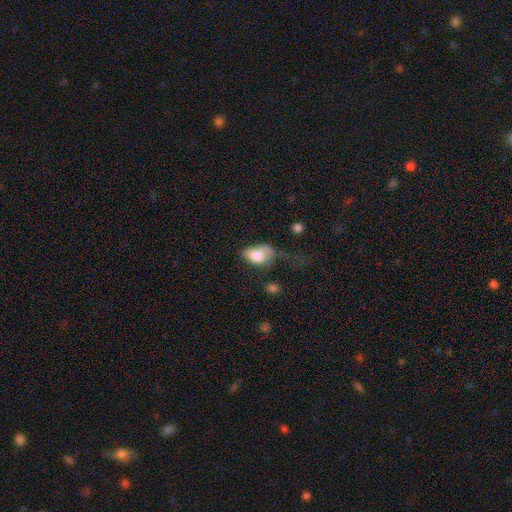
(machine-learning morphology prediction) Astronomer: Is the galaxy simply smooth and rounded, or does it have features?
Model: smooth — 78%.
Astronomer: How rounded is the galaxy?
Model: in between — 83%.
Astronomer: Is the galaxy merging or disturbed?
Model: minor disturbance — 35% (runner-up: major disturbance, 31%).